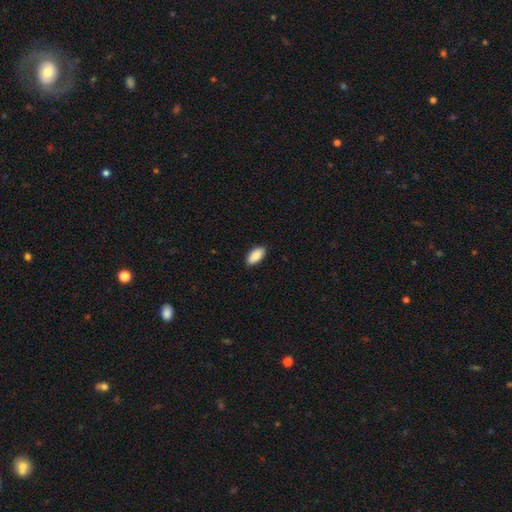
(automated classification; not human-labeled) smooth-or-featured: smooth: 88% | star or artifact: 6% | featured or disk: 5%
  how-rounded: in between: 94% | cigar-shaped: 4% | round: 2%
  merging: none: 88% | minor disturbance: 9% | major disturbance: 2% | merger: 1%